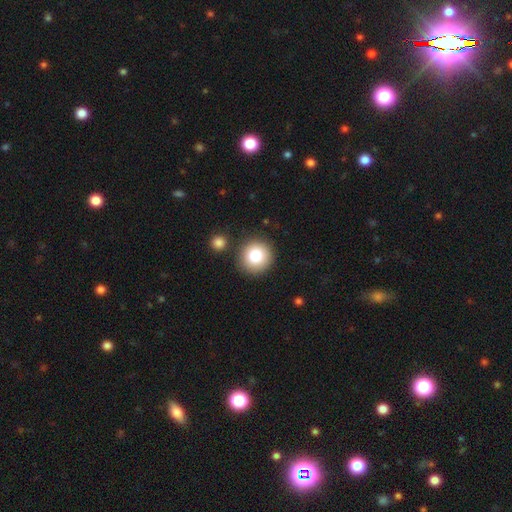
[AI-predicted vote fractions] This appears to be a smooth galaxy with no disk features (84%) that is round (94%). Merging: none (84%).